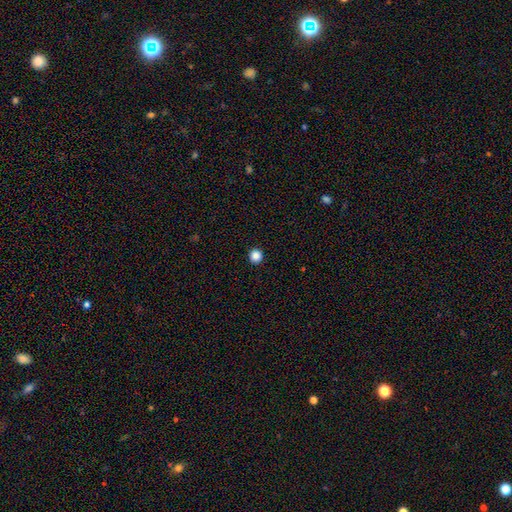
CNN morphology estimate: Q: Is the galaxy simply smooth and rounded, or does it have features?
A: smooth — 86%.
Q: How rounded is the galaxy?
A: round — 95%.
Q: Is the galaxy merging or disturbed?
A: none — 94%.